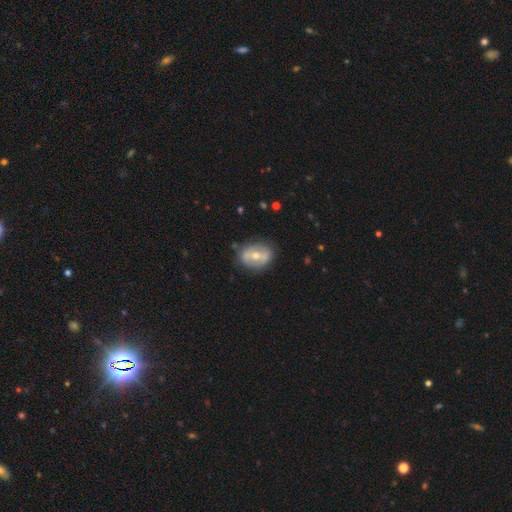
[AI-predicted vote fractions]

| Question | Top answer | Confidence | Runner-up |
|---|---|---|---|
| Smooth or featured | featured or disk | 59% | smooth (35%) |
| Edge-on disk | no | 92% | yes (8%) |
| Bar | strong | 41% | weak (34%) |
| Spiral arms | no | 68% | yes (32%) |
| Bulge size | moderate | 66% | small (29%) |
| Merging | none | 76% | minor disturbance (17%) |